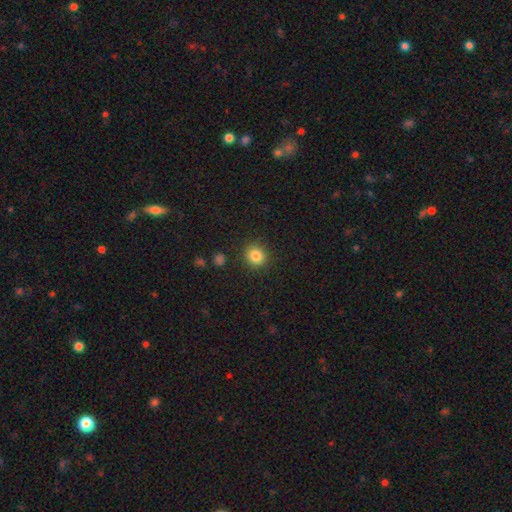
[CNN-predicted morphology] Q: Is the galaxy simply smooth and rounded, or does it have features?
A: smooth — 84%.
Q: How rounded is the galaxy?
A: round — 87%.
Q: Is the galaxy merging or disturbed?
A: none — 90%.